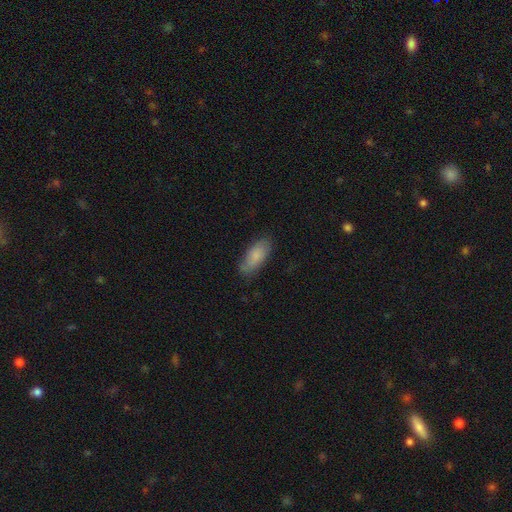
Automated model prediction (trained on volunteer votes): Morphology: type=smooth (80%); roundness=in between (80%); merging=none (76%).